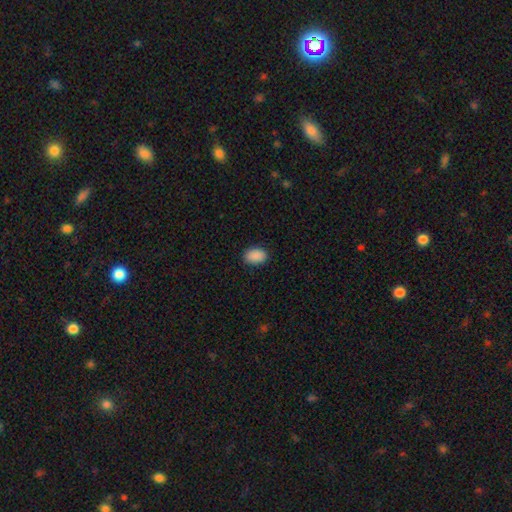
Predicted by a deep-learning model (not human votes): This appears to be a smooth galaxy with no disk features (90%) that is in between round and cigar-shaped (86%). Merging: none (88%).